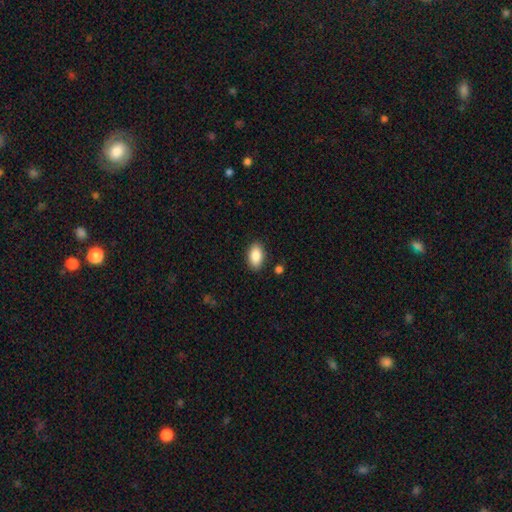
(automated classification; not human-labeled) This appears to be a smooth galaxy with no disk features (88%) that is in between round and cigar-shaped (93%). Merging: none (88%).